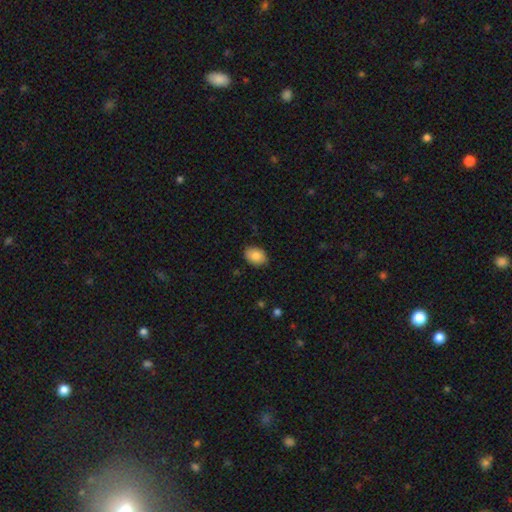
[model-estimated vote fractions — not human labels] Smooth or featured? Predicted: smooth (p=0.85). How rounded? Predicted: in between (p=0.78). Merging? Predicted: none (p=0.86).